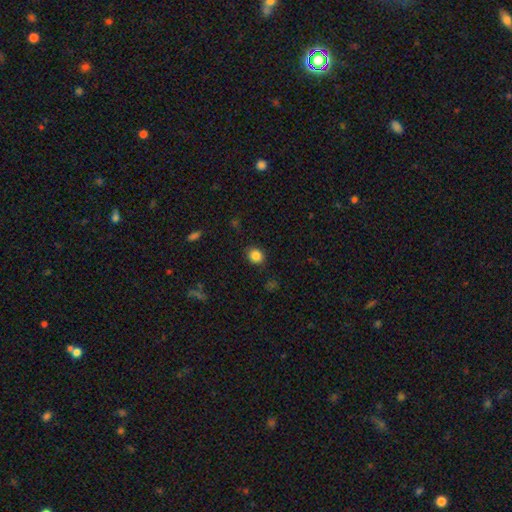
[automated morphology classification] Smooth or featured?
  - smooth: 85% *
  - star or artifact: 10%
  - featured or disk: 5%
How rounded?
  - round: 72% *
  - in between: 27%
  - cigar-shaped: 1%
Merging?
  - none: 88% *
  - minor disturbance: 8%
  - major disturbance: 2%
  - merger: 1%